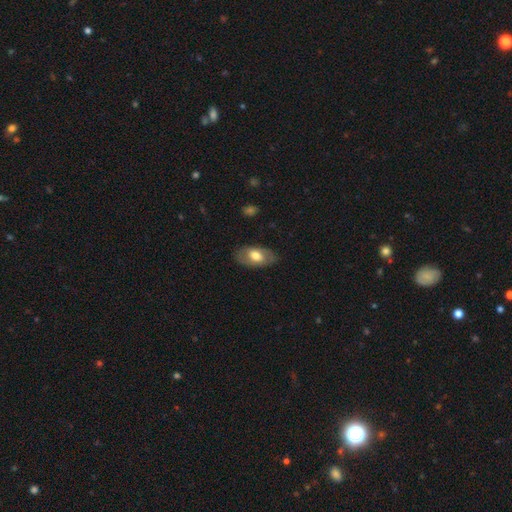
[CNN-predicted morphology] Q: Smooth or featured?
A: smooth (59%); runner-up: featured or disk (35%)
Q: How rounded?
A: in between (93%); runner-up: round (5%)
Q: Merging?
A: none (82%); runner-up: minor disturbance (13%)